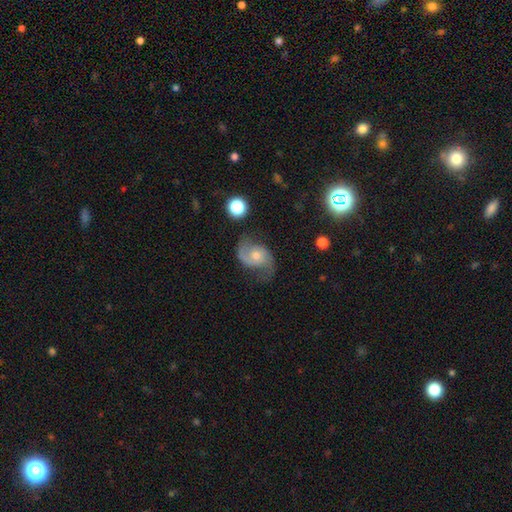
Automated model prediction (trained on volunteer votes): The model was most divided on "spiral winding": loose: 50%, medium: 39%, tight: 11%. More confident: edge-on disk — no (98%); spiral arms — yes (95%); spiral arm count — 2 (88%); smooth or featured — featured or disk (81%); bar — no (70%); merging — none (61%); bulge size — moderate (52%).